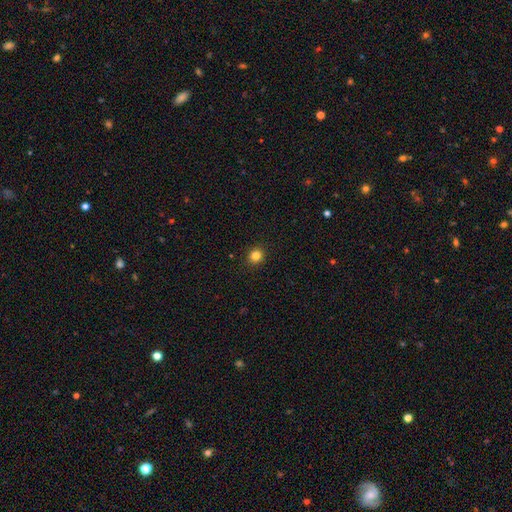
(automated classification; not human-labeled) The model was most divided on "how rounded": round: 84%, in between: 15%, cigar-shaped: 1%. More confident: merging — none (91%); smooth or featured — smooth (83%).